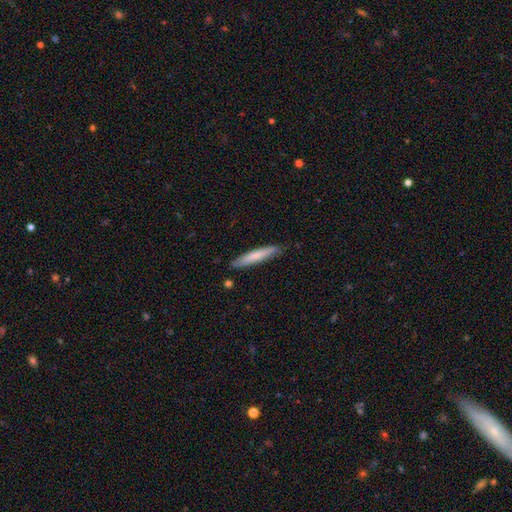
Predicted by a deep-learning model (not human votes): Overall: smooth (73%). How rounded: cigar-shaped (93%). Merging: none (86%).